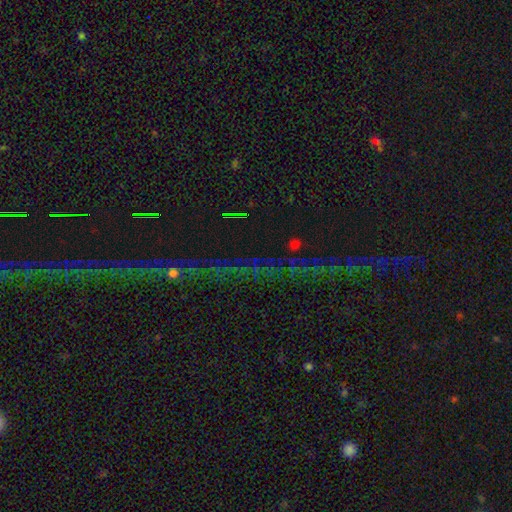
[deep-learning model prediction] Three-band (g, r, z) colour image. It shows a star or artifact, not a galaxy (76%).